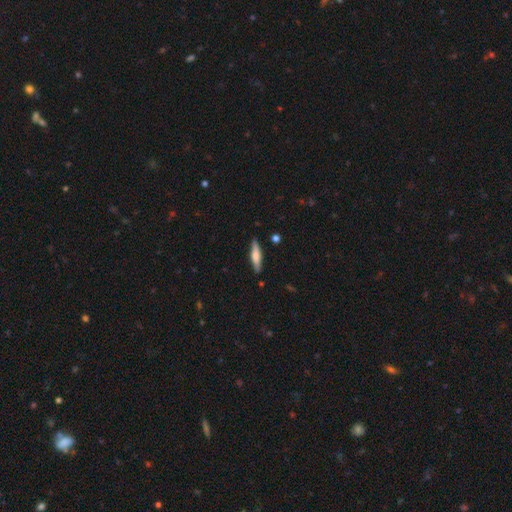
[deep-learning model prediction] Q: Smooth or featured?
A: smooth (56%); runner-up: featured or disk (38%)
Q: How rounded?
A: cigar-shaped (78%); runner-up: in between (21%)
Q: Merging?
A: none (87%); runner-up: minor disturbance (10%)